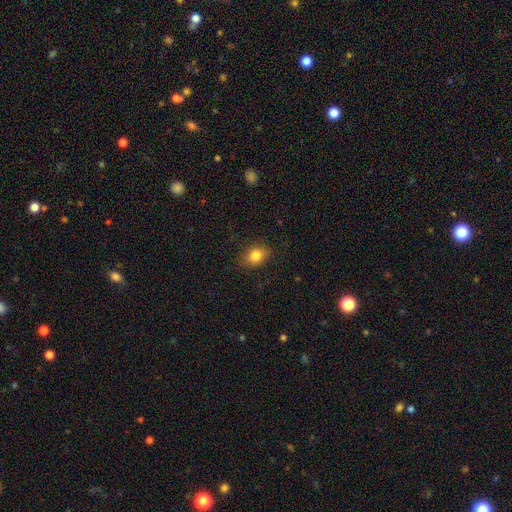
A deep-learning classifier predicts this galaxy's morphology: Smooth or featured? smooth (83%)
How rounded? in between (63%)
Merging? none (84%)